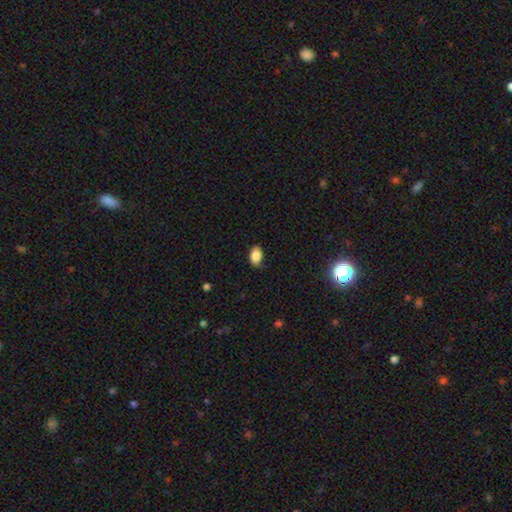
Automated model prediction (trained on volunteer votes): This appears to be a smooth galaxy with no disk features (87%) that is in between round and cigar-shaped (89%). Merging: none (80%).